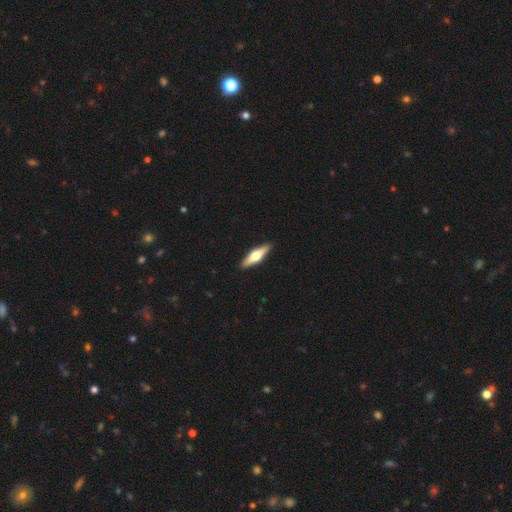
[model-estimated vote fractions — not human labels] smooth_or_featured: featured or disk (p=0.56) [alt: smooth p=0.39]
disk_edge_on: yes (p=0.95) [alt: no p=0.05]
edge_on_bulge: rounded (p=0.95) [alt: boxy p=0.03]
merging: none (p=0.91) [alt: minor disturbance p=0.06]